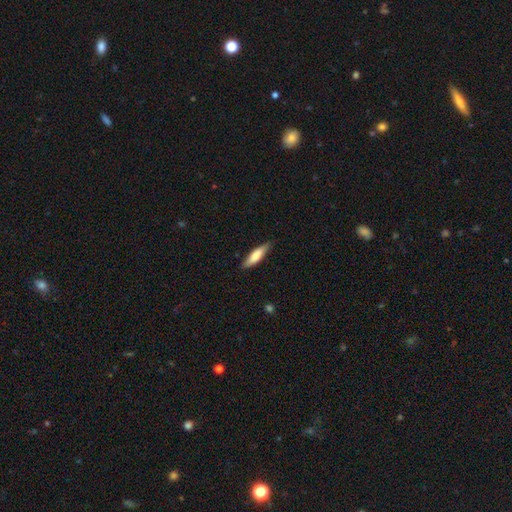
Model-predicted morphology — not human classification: This is likely a smooth galaxy (77%). How rounded: likely cigar-shaped (65%). Merging: clearly none (81%).